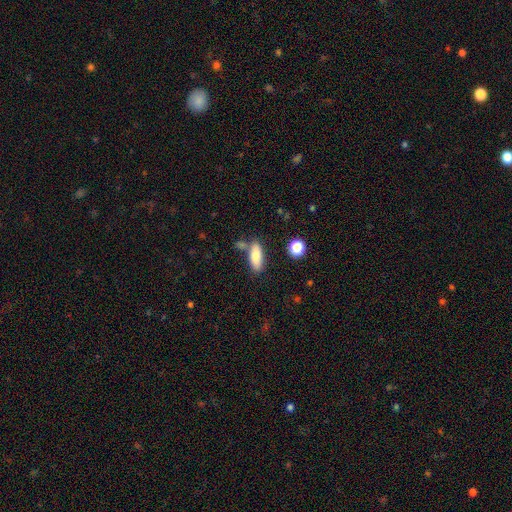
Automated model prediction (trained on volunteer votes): Smooth or featured?
  - smooth: 81% *
  - featured or disk: 11%
  - star or artifact: 8%
How rounded?
  - in between: 72% *
  - cigar-shaped: 25%
  - round: 3%
Merging?
  - none: 69% *
  - minor disturbance: 14%
  - merger: 13%
  - major disturbance: 4%